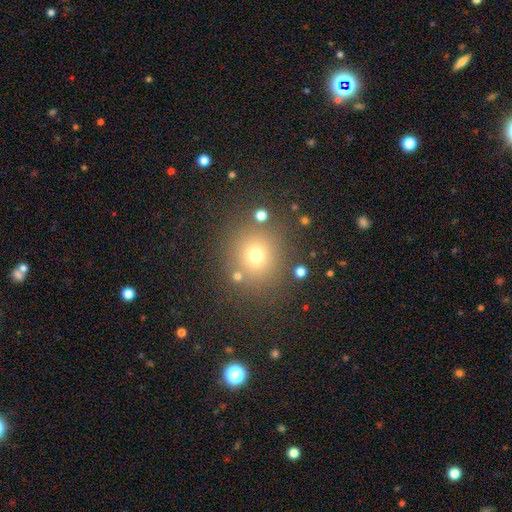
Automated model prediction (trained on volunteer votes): smooth_or_featured: smooth (p=0.68) [alt: star or artifact p=0.22]
how_rounded: round (p=0.86) [alt: in between p=0.13]
merging: none (p=0.82) [alt: minor disturbance p=0.09]